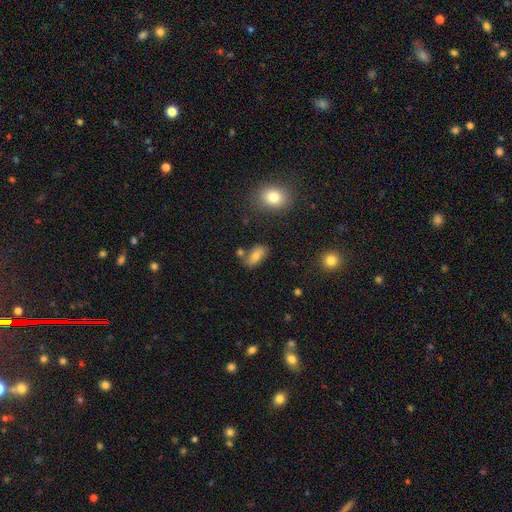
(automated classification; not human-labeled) This is likely a smooth galaxy (72%). How rounded: clearly in between (85%). Merging: likely none (68%).